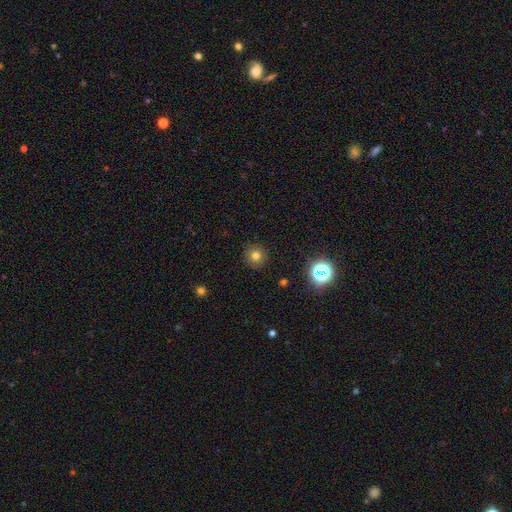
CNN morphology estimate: smooth_or_featured: smooth (p=0.73) [alt: star or artifact p=0.18]
how_rounded: round (p=0.95) [alt: in between p=0.04]
merging: none (p=0.91) [alt: minor disturbance p=0.06]